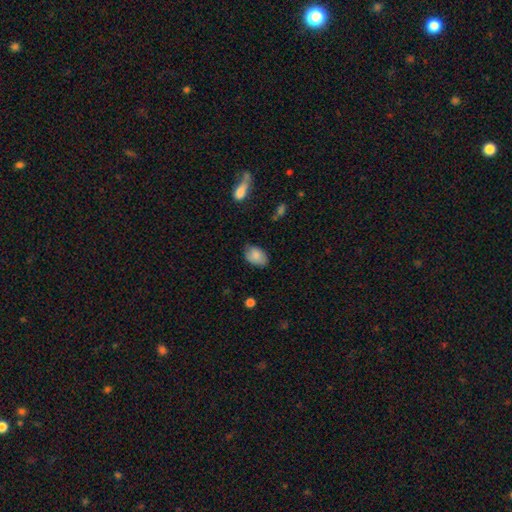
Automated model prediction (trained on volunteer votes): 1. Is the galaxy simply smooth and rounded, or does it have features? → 82% smooth, 11% featured or disk, 7% star or artifact.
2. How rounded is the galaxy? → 88% in between, 11% round, 1% cigar-shaped.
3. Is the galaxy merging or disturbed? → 71% none, 23% minor disturbance, 4% major disturbance, 1% merger.